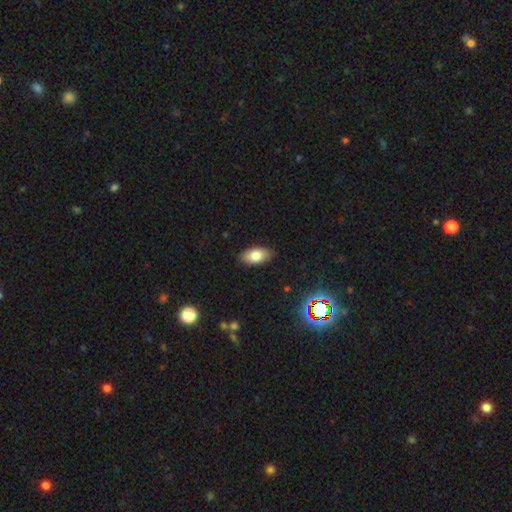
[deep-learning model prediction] smooth_or_featured: smooth (p=0.79) [alt: featured or disk p=0.13]
how_rounded: in between (p=0.92) [alt: round p=0.04]
merging: none (p=0.85) [alt: minor disturbance p=0.11]